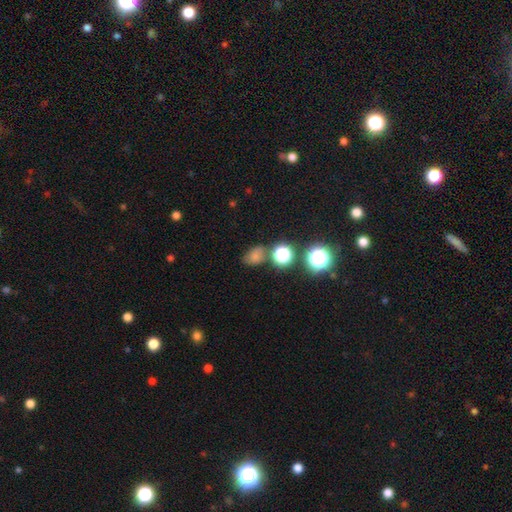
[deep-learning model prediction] Morphology: type=smooth (68%); roundness=in between (61%); merging=none (64%).